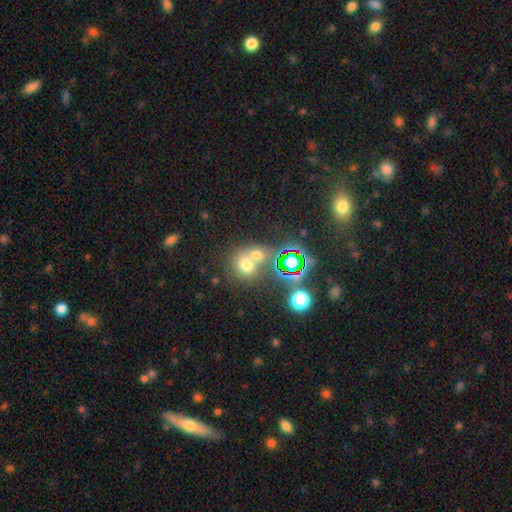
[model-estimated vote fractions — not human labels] Q: Smooth or featured?
A: smooth (51%); runner-up: star or artifact (34%)
Q: How rounded?
A: round (73%); runner-up: in between (26%)
Q: Merging?
A: merger (45%); runner-up: none (43%)